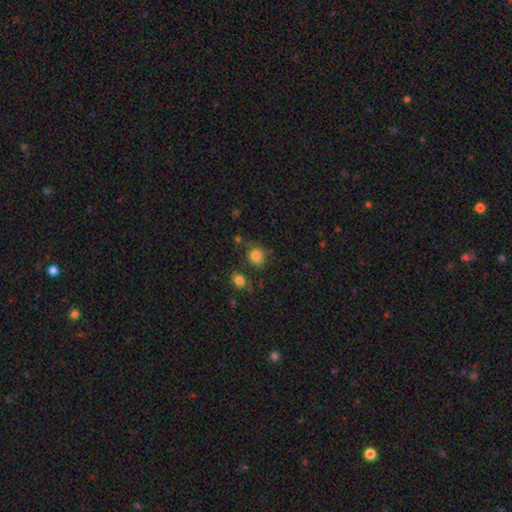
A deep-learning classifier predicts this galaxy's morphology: This is clearly a smooth galaxy (81%). How rounded: likely round (69%). Merging: likely none (63%).